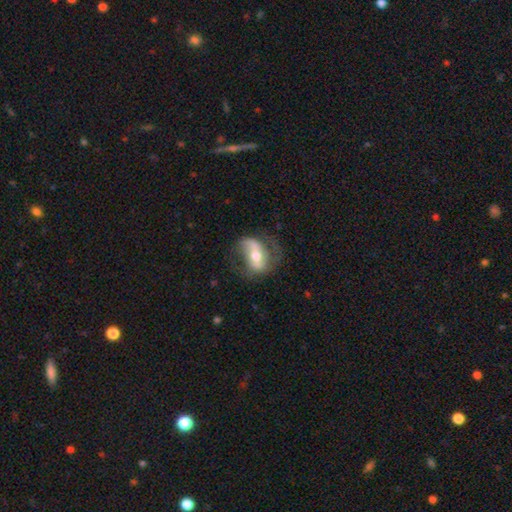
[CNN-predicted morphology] Smooth or featured? Predicted: featured or disk (p=0.68). Edge-on disk? Predicted: no (p=0.90). Bar? Predicted: strong (p=0.49). Spiral arms? Predicted: yes (p=0.75). Bulge size? Predicted: moderate (p=0.65). Merging? Predicted: none (p=0.57).